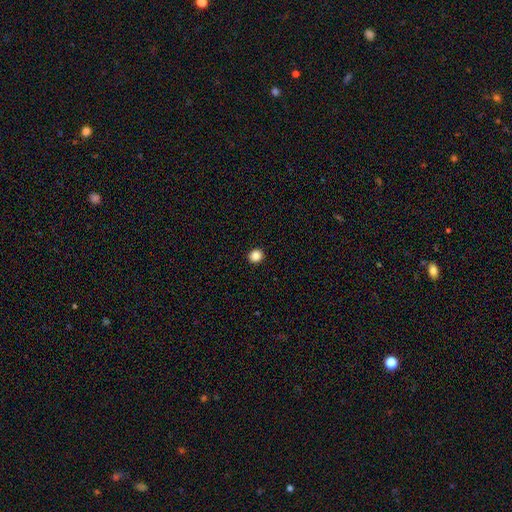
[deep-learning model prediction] This is clearly a smooth galaxy (86%). How rounded: clearly round (87%). Merging: clearly none (93%).